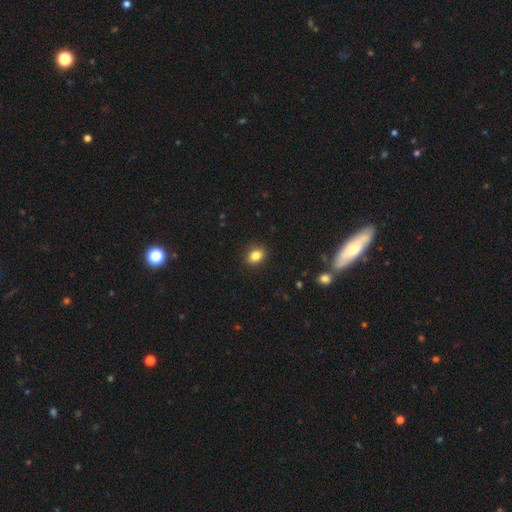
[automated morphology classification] The model was most divided on "how rounded": in between: 66%, round: 33%, cigar-shaped: 1%. More confident: merging — none (89%); smooth or featured — smooth (84%).